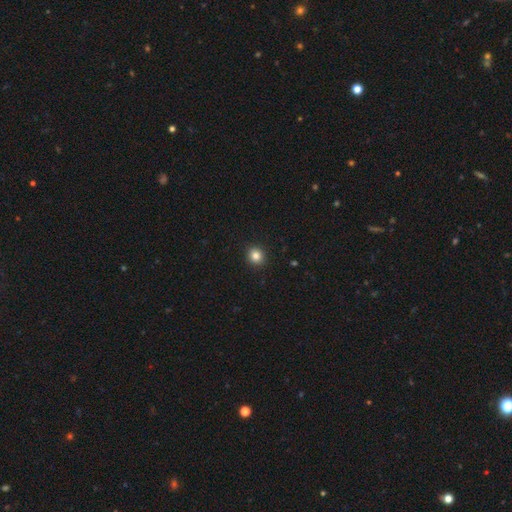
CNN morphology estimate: This appears to be a smooth galaxy with no disk features (84%) that is round (86%). Merging: none (92%).